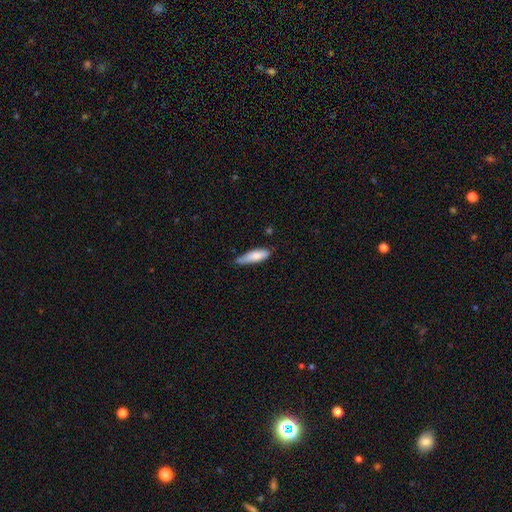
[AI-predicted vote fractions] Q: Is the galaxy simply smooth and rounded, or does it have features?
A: smooth — 78%.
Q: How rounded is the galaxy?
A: cigar-shaped — 53%.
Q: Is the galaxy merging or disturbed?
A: none — 55%.